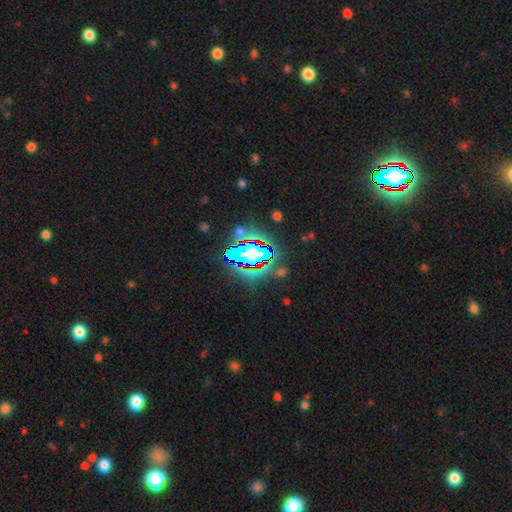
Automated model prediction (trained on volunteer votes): Smooth or featured? star or artifact (82%)